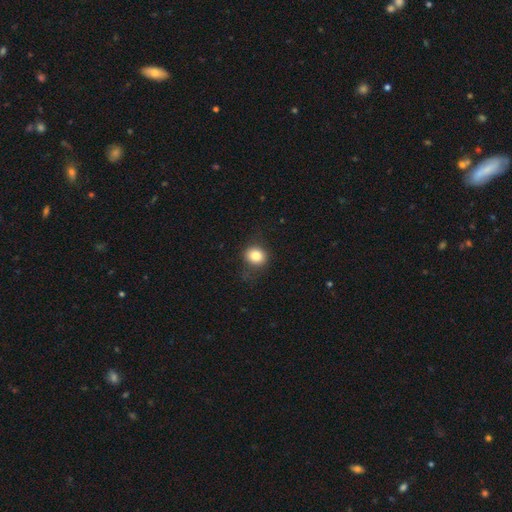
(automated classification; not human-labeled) smooth_or_featured: smooth (p=0.81) [alt: star or artifact p=0.11]
how_rounded: round (p=0.74) [alt: in between p=0.25]
merging: none (p=0.80) [alt: minor disturbance p=0.14]